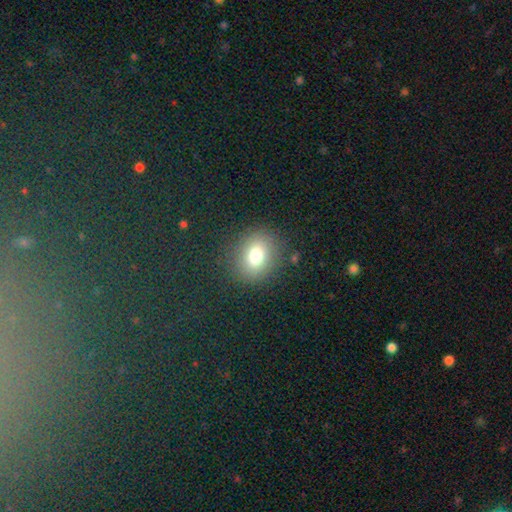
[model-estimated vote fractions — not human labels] Q: Smooth or featured?
A: smooth (77%); runner-up: star or artifact (13%)
Q: How rounded?
A: round (58%); runner-up: in between (41%)
Q: Merging?
A: none (85%); runner-up: minor disturbance (9%)